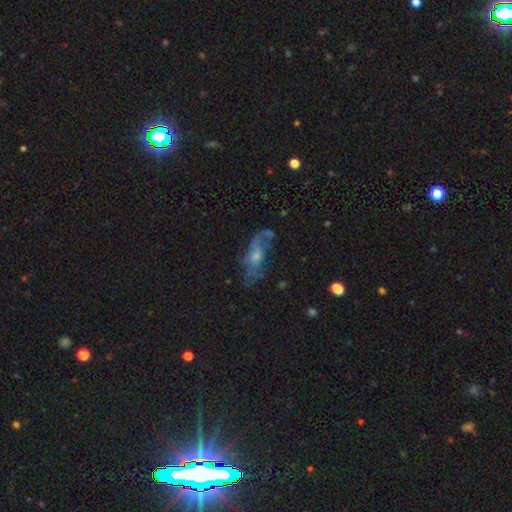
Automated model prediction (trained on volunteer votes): A featured or disk galaxy (61%). Merging: none (54%).